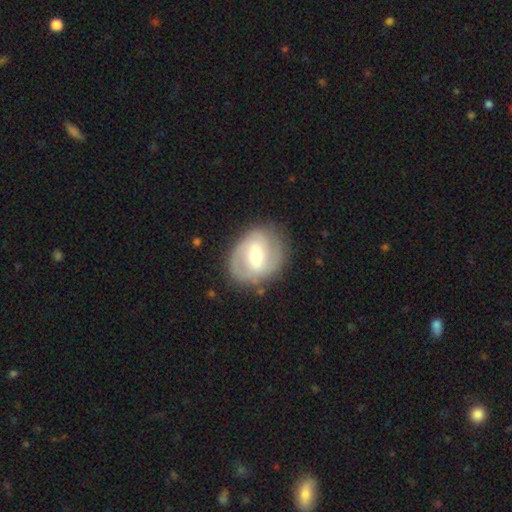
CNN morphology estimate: featured or disk 65%, smooth 29%, star or artifact 6%. Down the decision tree: edge-on disk — no (97%); bar — weak (50%); spiral arms — yes (80%); bulge size — moderate (59%); merging — none (76%).